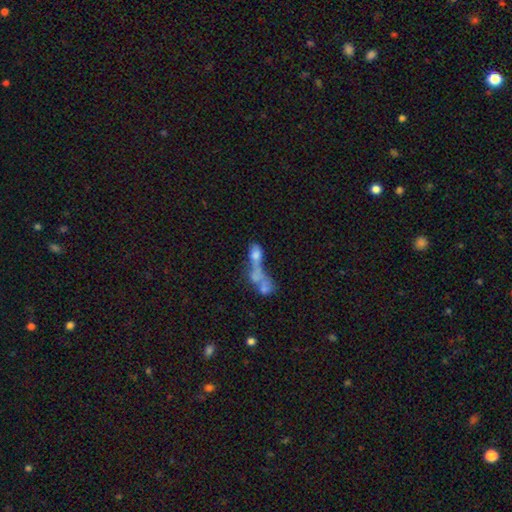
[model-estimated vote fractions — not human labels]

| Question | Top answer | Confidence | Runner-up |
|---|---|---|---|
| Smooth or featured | smooth | 52% | featured or disk (34%) |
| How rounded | in between | 57% | cigar-shaped (24%) |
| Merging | merger | 64% | major disturbance (15%) |